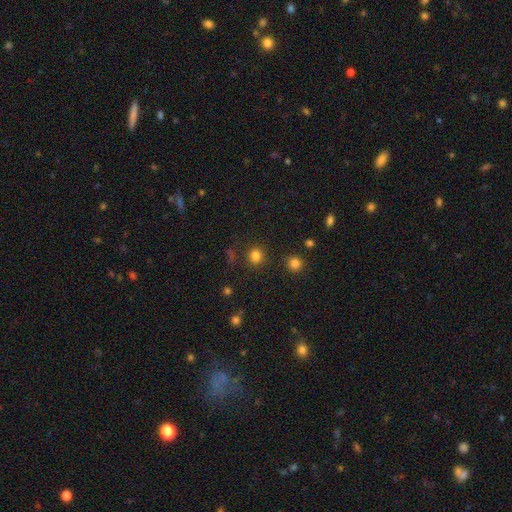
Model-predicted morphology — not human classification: smooth-or-featured: smooth: 80% | star or artifact: 15% | featured or disk: 4%
  how-rounded: round: 86% | in between: 13% | cigar-shaped: 1%
  merging: none: 86% | minor disturbance: 8% | major disturbance: 3% | merger: 3%